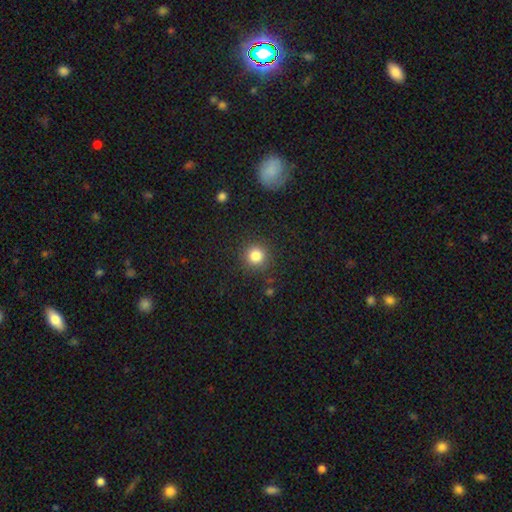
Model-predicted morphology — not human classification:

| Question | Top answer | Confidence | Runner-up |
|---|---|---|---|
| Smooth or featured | smooth | 83% | star or artifact (12%) |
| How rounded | round | 93% | in between (6%) |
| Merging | none | 89% | minor disturbance (7%) |